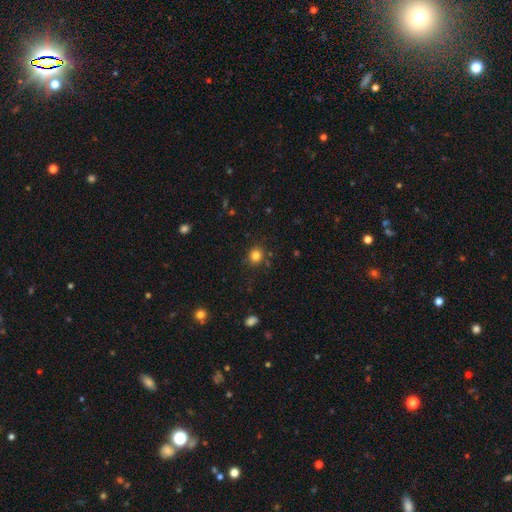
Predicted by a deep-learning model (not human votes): Morphology: type=smooth (82%); roundness=round (82%); merging=none (84%).